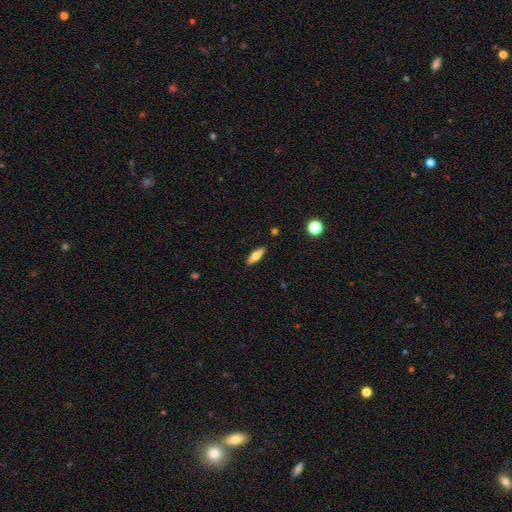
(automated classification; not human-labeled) Q: Smooth or featured?
A: smooth (55%); runner-up: featured or disk (37%)
Q: How rounded?
A: cigar-shaped (58%); runner-up: in between (39%)
Q: Merging?
A: none (89%); runner-up: minor disturbance (8%)